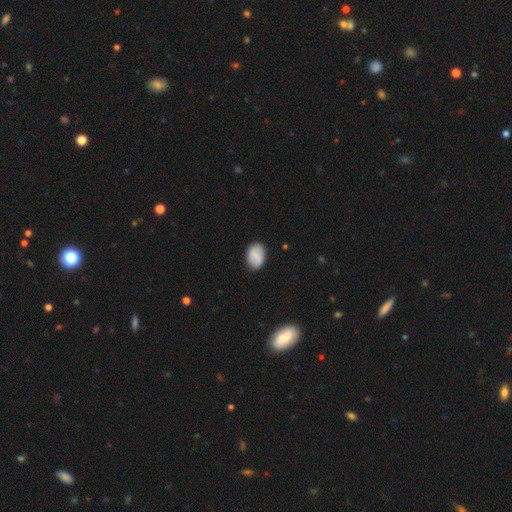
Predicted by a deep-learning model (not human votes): Morphology: type=smooth (63%); roundness=in between (76%); merging=none (82%).